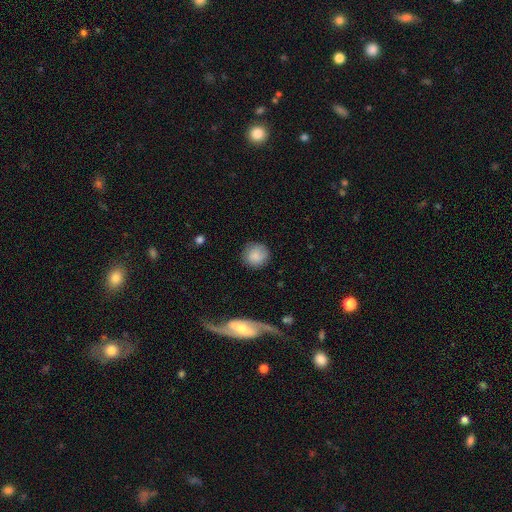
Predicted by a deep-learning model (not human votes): Smooth or featured? Predicted: smooth (p=0.85). How rounded? Predicted: round (p=0.92). Merging? Predicted: none (p=0.83).